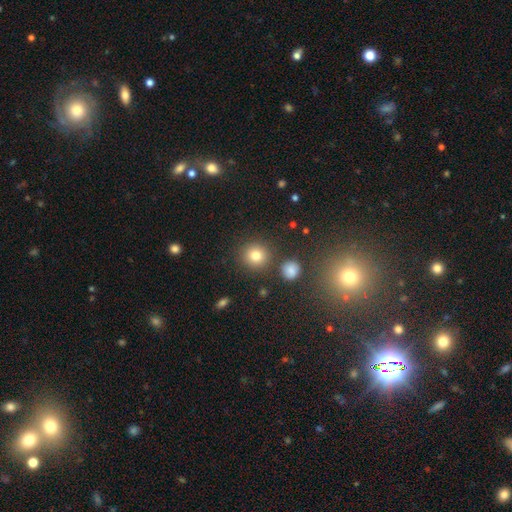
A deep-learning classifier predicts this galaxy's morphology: This is likely a smooth galaxy (79%). How rounded: clearly round (91%). Merging: clearly none (85%).